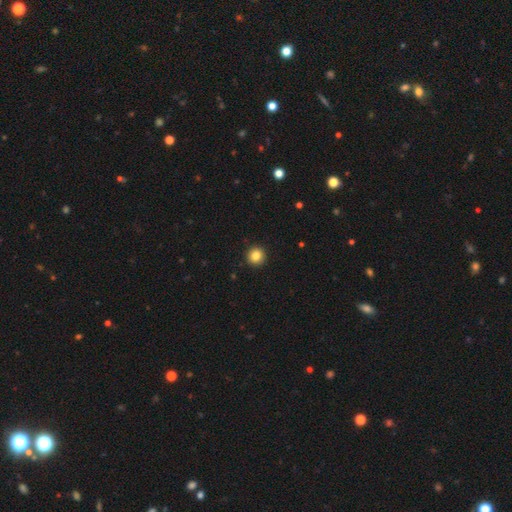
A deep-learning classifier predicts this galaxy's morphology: A smooth galaxy with no disk features (85%) that is round (95%). Merging: none (93%).